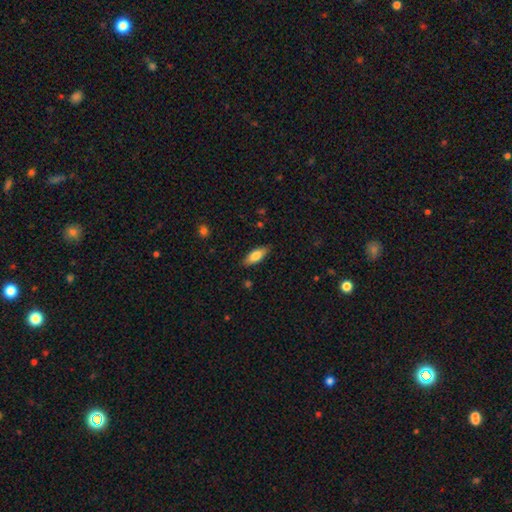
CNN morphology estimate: A smooth galaxy with no disk features (77%) that is in between round and cigar-shaped (74%). Merging: none (86%).